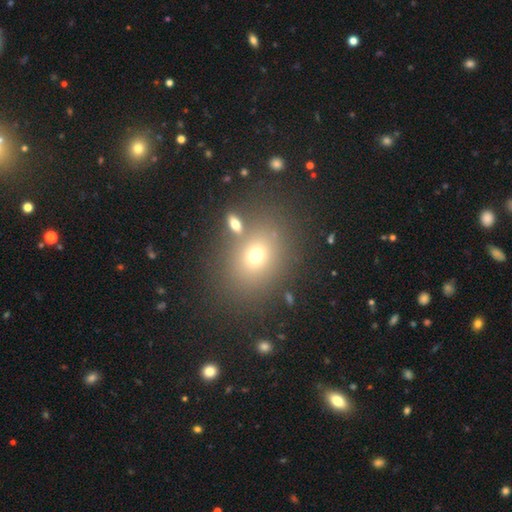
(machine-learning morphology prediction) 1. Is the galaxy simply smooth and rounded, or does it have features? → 66% smooth, 20% star or artifact, 14% featured or disk.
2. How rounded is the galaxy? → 51% in between, 48% round, 1% cigar-shaped.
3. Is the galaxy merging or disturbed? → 76% none, 10% minor disturbance, 9% merger, 5% major disturbance.